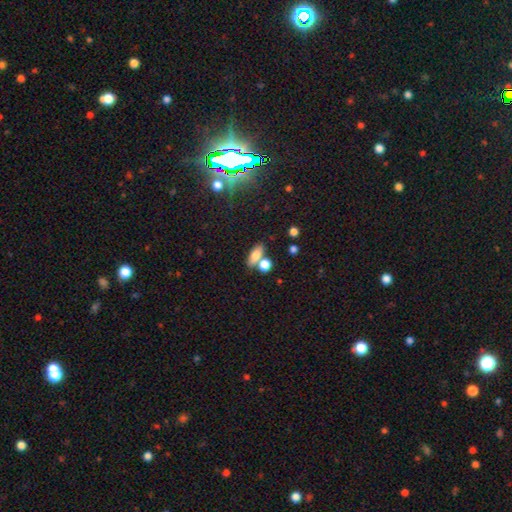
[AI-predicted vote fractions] Q: Smooth or featured?
A: smooth (76%); runner-up: featured or disk (14%)
Q: How rounded?
A: in between (69%); runner-up: cigar-shaped (19%)
Q: Merging?
A: none (57%); runner-up: merger (28%)